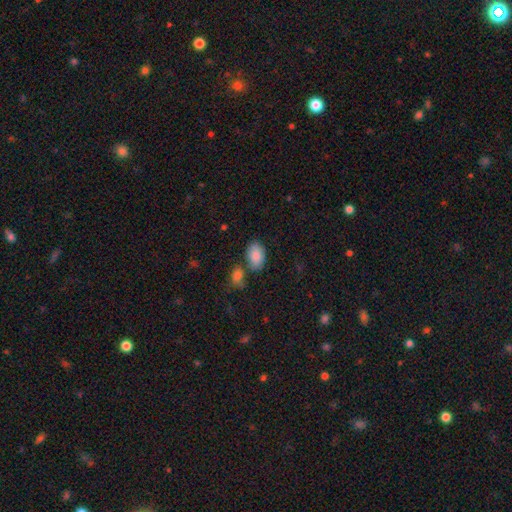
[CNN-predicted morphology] Smooth or featured? Predicted: smooth (p=0.87). How rounded? Predicted: in between (p=0.91). Merging? Predicted: none (p=0.67).